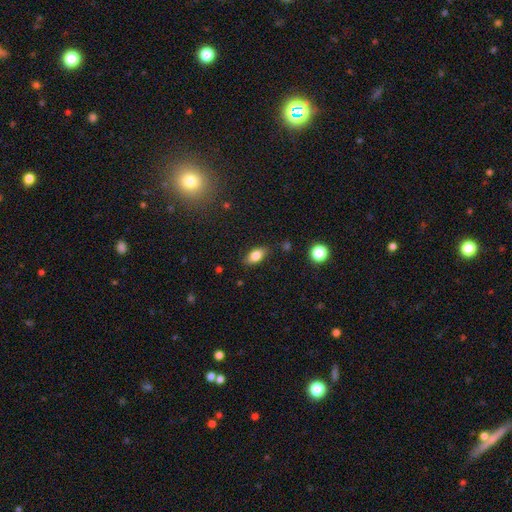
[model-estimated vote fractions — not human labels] Smooth or featured?
  - smooth: 82% *
  - featured or disk: 10%
  - star or artifact: 8%
How rounded?
  - in between: 87% *
  - cigar-shaped: 7%
  - round: 6%
Merging?
  - none: 83% *
  - minor disturbance: 12%
  - major disturbance: 3%
  - merger: 2%